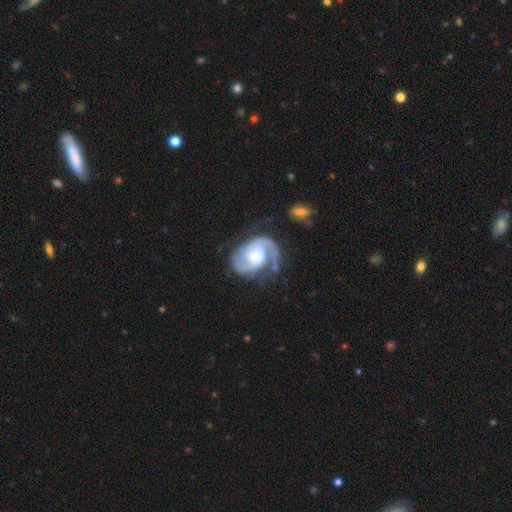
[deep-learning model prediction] Smooth or featured? Predicted: featured or disk (p=0.88). Edge-on disk? Predicted: no (p=0.98). Bar? Predicted: no (p=0.62). Spiral arms? Predicted: yes (p=0.96). Spiral winding? Predicted: medium (p=0.42, tied with tight). Spiral arm count? Predicted: 2 (p=0.65). Bulge size? Predicted: moderate (p=0.46). Merging? Predicted: none (p=0.50).